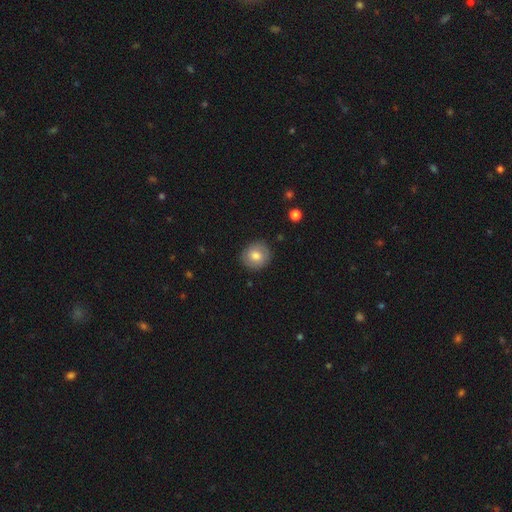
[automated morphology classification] Smooth or featured: smooth — 74% (featured or disk — 18%)
How rounded: round — 84% (in between — 15%)
Merging: none — 86% (minor disturbance — 10%)